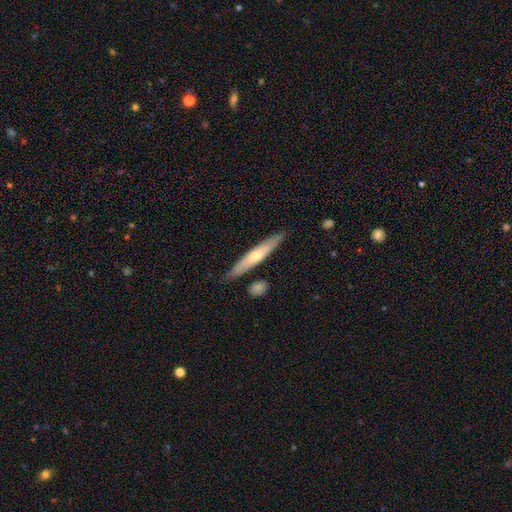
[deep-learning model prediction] Smooth or featured: featured or disk — 48% (smooth — 46%)
Merging: none — 84% (minor disturbance — 11%)